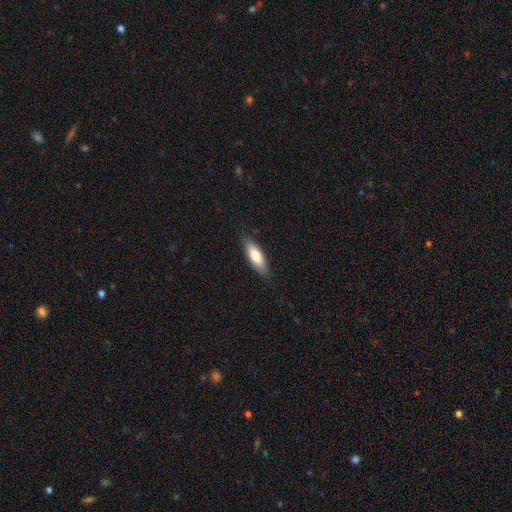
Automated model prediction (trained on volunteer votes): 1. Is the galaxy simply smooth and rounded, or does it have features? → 75% smooth, 19% featured or disk, 6% star or artifact.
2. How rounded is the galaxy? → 58% in between, 40% cigar-shaped, 2% round.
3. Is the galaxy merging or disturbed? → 85% none, 12% minor disturbance, 2% major disturbance, 1% merger.